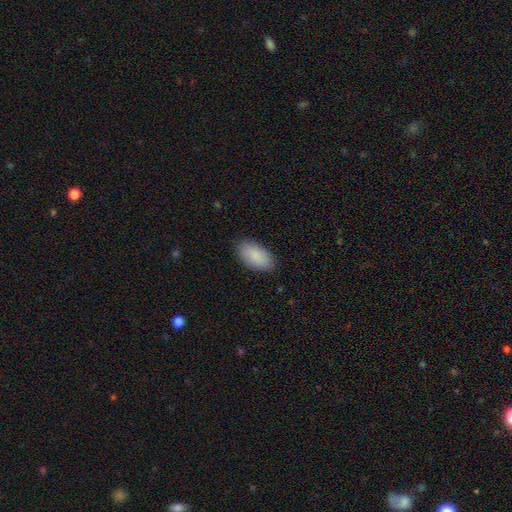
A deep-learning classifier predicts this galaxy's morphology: Smooth or featured? Predicted: smooth (p=0.88). How rounded? Predicted: in between (p=0.95). Merging? Predicted: none (p=0.87).